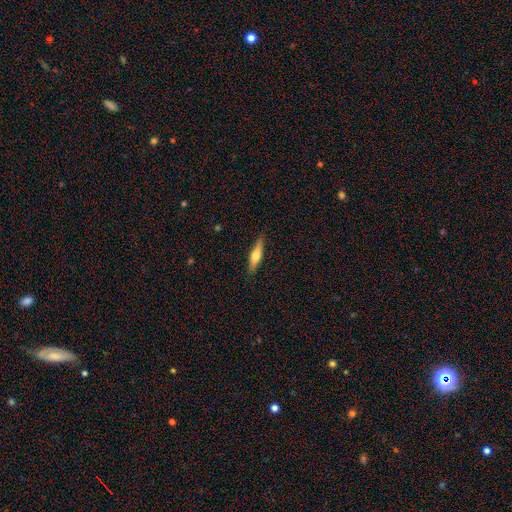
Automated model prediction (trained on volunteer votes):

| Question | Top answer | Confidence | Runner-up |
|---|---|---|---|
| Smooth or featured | smooth | 54% | featured or disk (41%) |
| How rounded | cigar-shaped | 77% | in between (22%) |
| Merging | none | 87% | minor disturbance (10%) |